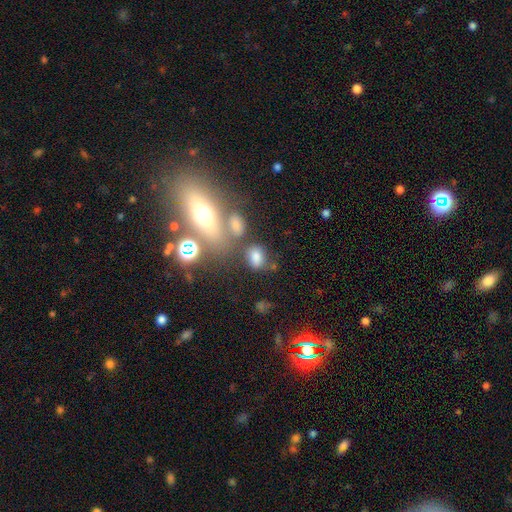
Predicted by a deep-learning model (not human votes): Smooth or featured: smooth — 73% (star or artifact — 17%)
How rounded: in between — 76% (round — 22%)
Merging: none — 53% (merger — 21%)